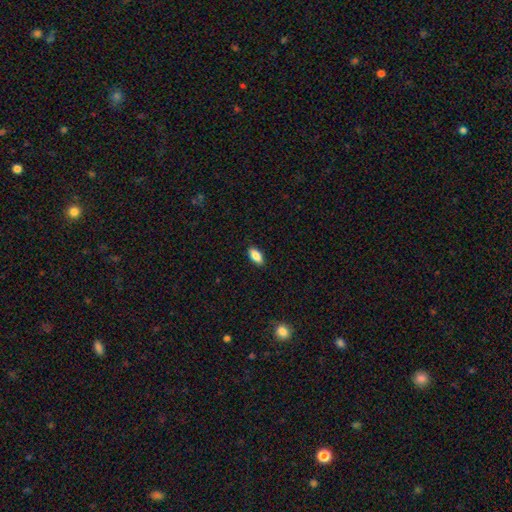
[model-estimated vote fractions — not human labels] A smooth galaxy with no disk features (87%) that is in between round and cigar-shaped (91%). Merging: none (89%).